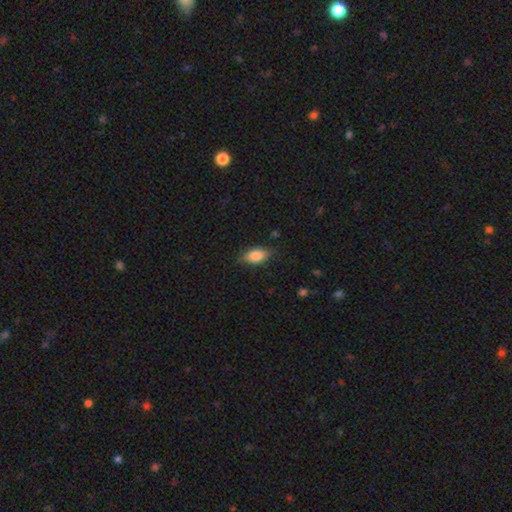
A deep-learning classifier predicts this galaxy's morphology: type=smooth (76%); roundness=in between (85%); merging=none (75%).